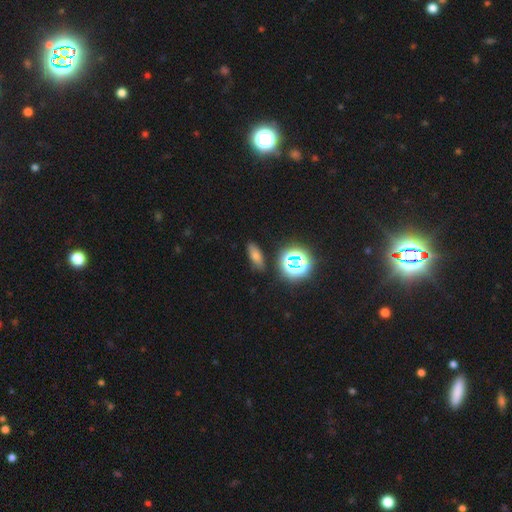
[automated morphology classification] Q: Smooth or featured?
A: smooth (61%); runner-up: star or artifact (26%)
Q: How rounded?
A: in between (66%); runner-up: cigar-shaped (23%)
Q: Merging?
A: none (84%); runner-up: minor disturbance (10%)